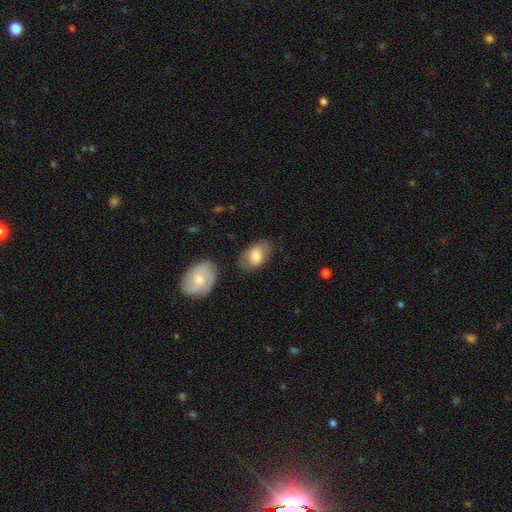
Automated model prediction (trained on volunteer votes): smooth_or_featured: smooth (p=0.71) [alt: featured or disk p=0.23]
how_rounded: in between (p=0.89) [alt: round p=0.09]
merging: none (p=0.67) [alt: minor disturbance p=0.22]